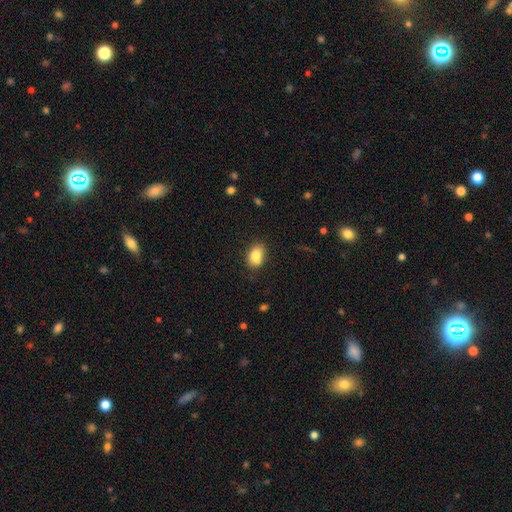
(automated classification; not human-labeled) Overall: smooth (81%). How rounded: in between (77%). Merging: none (66%).